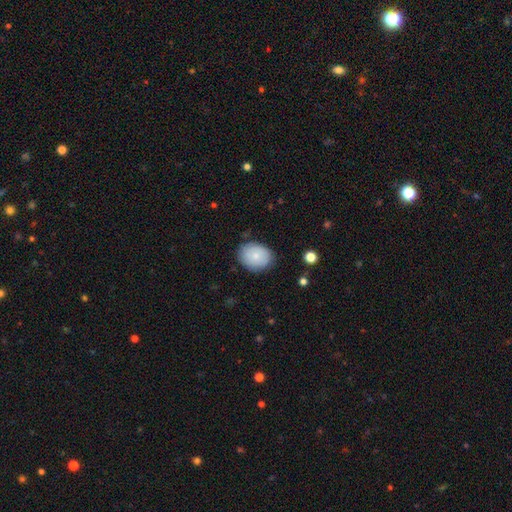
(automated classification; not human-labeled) smooth-or-featured: smooth: 80% | featured or disk: 13% | star or artifact: 7%
  how-rounded: in between: 57% | round: 43% | cigar-shaped: 1%
  merging: none: 80% | minor disturbance: 16% | major disturbance: 3% | merger: 1%